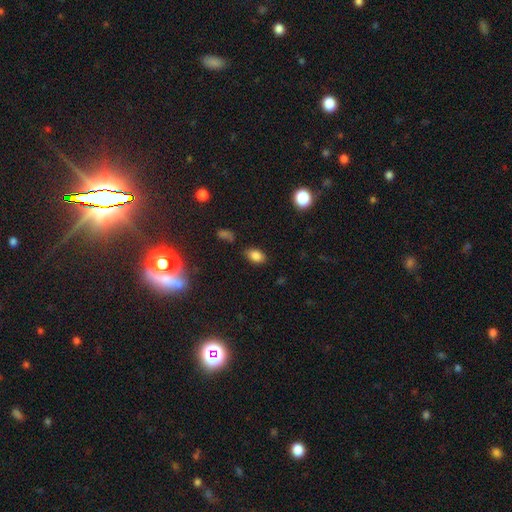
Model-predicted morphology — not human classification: smooth 83%, star or artifact 11%, featured or disk 6%. Down the decision tree: how rounded — in between (85%); merging — none (79%).